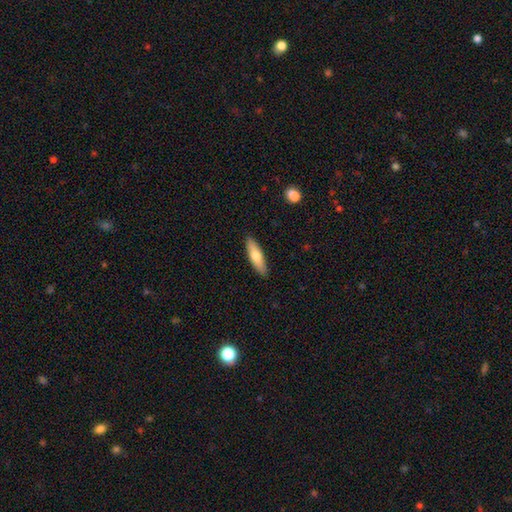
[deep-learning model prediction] A smooth galaxy with no disk features (67%) that is cigar-shaped (59%). Merging: none (89%).